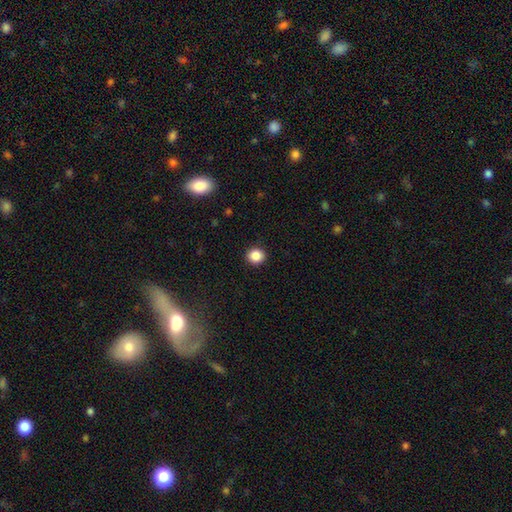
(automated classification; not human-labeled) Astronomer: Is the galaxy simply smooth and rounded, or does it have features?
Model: smooth — 86%.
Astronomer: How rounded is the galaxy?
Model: round — 88%.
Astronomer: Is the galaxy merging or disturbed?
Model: none — 91%.